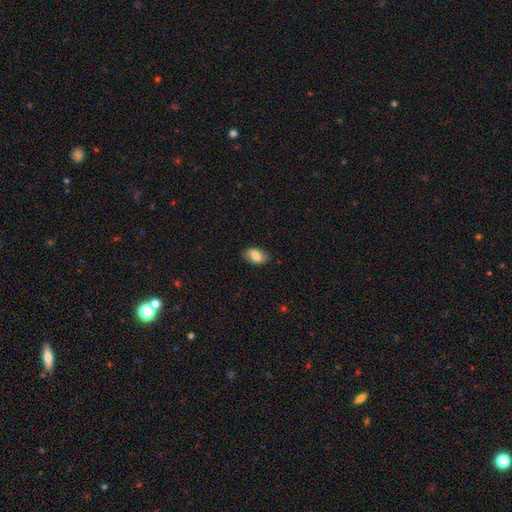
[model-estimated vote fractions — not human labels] Smooth or featured: smooth — 75% (featured or disk — 18%)
How rounded: in between — 91% (round — 7%)
Merging: none — 82% (minor disturbance — 14%)